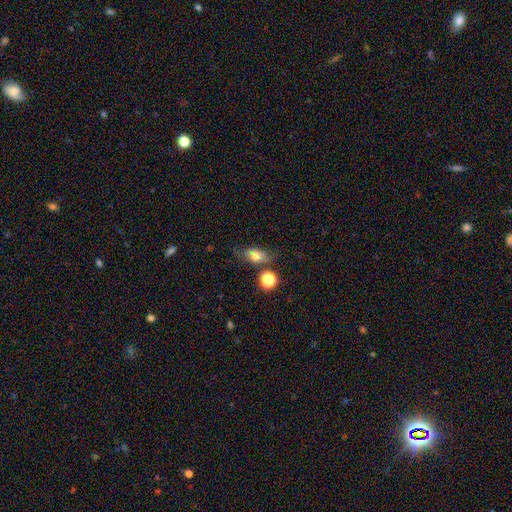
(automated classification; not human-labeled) A smooth galaxy with no disk features (65%) that is in between round and cigar-shaped (70%). Merging: none (59%).